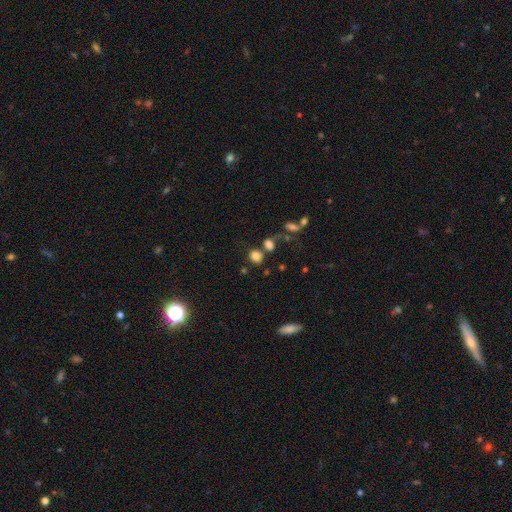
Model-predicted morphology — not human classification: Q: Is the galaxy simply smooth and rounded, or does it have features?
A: smooth — 80%.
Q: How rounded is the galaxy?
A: round — 73%.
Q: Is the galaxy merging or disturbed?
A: none — 58%.